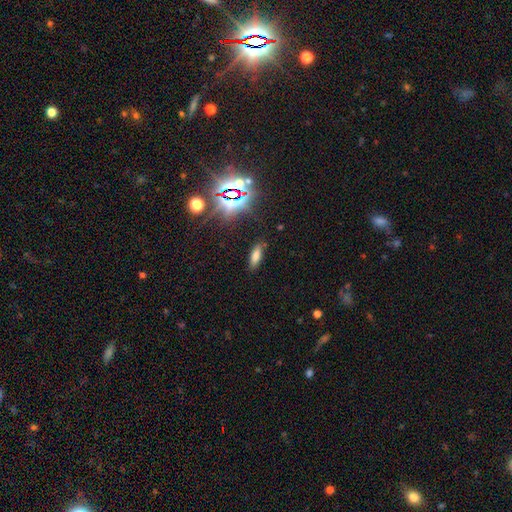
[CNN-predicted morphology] smooth 69%, star or artifact 21%, featured or disk 10%. Down the decision tree: how rounded — in between (62%); merging — none (83%).